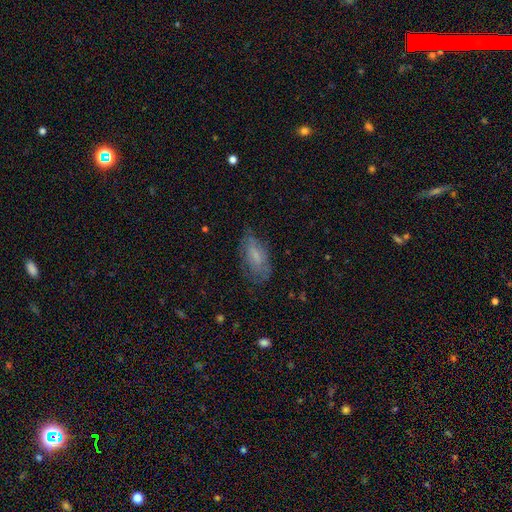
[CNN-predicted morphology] Q: Smooth or featured?
A: smooth (54%); runner-up: featured or disk (36%)
Q: How rounded?
A: in between (87%); runner-up: cigar-shaped (9%)
Q: Merging?
A: none (61%); runner-up: minor disturbance (26%)